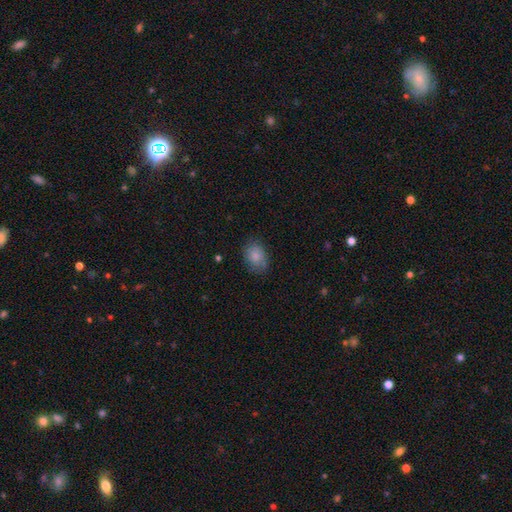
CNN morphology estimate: Smooth or featured? smooth (84%)
How rounded? in between (68%)
Merging? none (74%)